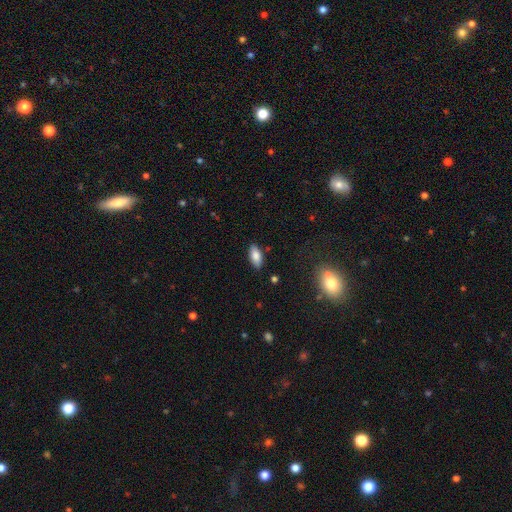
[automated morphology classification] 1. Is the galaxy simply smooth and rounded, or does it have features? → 83% smooth, 10% featured or disk, 7% star or artifact.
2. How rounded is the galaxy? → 87% in between, 10% cigar-shaped, 2% round.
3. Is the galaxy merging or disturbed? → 86% none, 10% minor disturbance, 2% major disturbance, 1% merger.